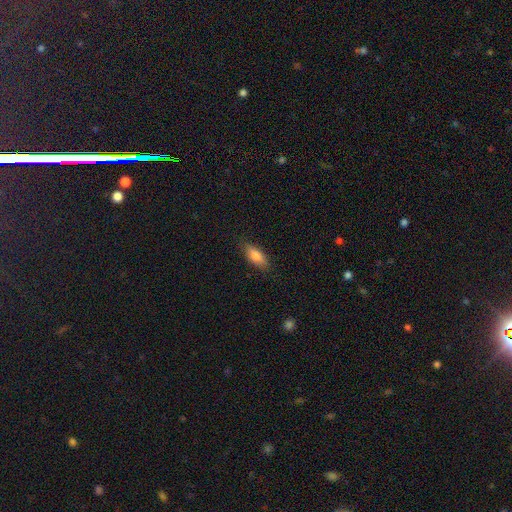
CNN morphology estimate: Smooth or featured? Predicted: smooth (p=0.80). How rounded? Predicted: in between (p=0.80). Merging? Predicted: none (p=0.84).